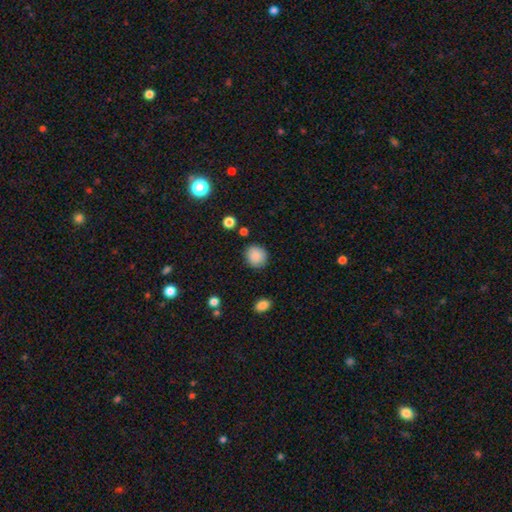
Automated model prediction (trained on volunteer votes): Smooth or featured: smooth — 87% (star or artifact — 9%)
How rounded: round — 82% (in between — 17%)
Merging: none — 86% (minor disturbance — 9%)